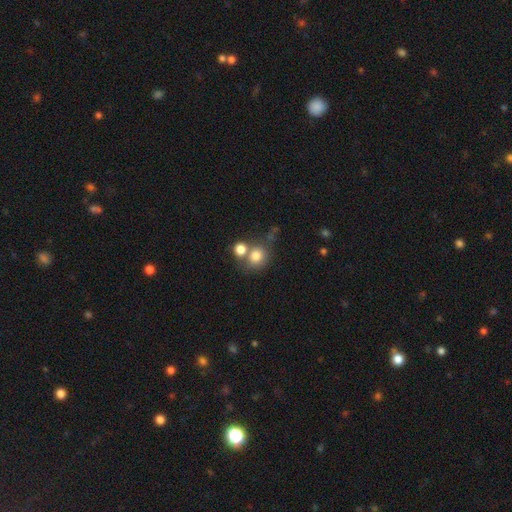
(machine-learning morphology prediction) The model was most divided on "merging": none: 48%, merger: 37%, minor disturbance: 10%, major disturbance: 5%. More confident: how rounded — round (80%); smooth or featured — smooth (78%).